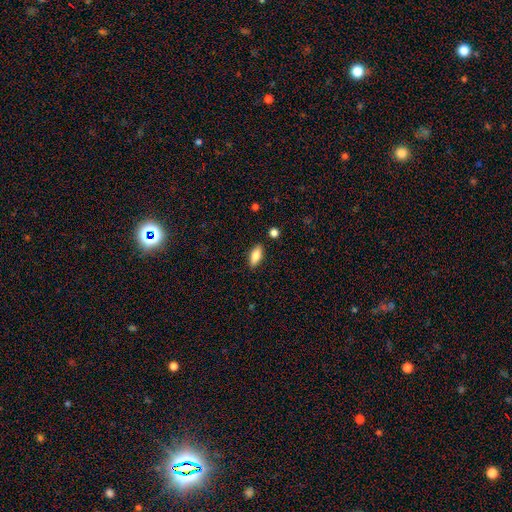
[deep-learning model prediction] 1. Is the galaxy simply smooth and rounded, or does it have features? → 76% smooth, 17% featured or disk, 7% star or artifact.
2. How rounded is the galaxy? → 79% in between, 19% cigar-shaped, 3% round.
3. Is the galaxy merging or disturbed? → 87% none, 9% minor disturbance, 2% merger, 2% major disturbance.